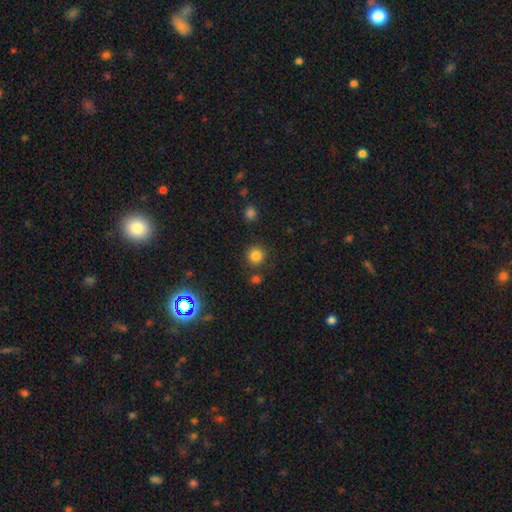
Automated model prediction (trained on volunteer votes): Smooth or featured: smooth — 82% (star or artifact — 14%)
How rounded: round — 93% (in between — 6%)
Merging: none — 83% (minor disturbance — 8%)